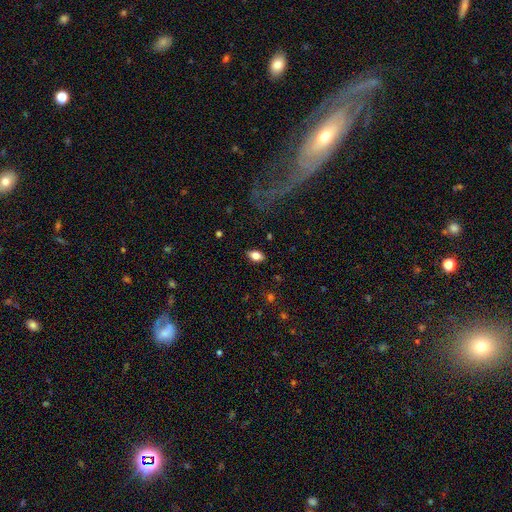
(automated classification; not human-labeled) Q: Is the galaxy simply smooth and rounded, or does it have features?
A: smooth — 76%.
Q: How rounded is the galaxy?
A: in between — 88%.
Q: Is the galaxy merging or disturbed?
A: none — 86%.